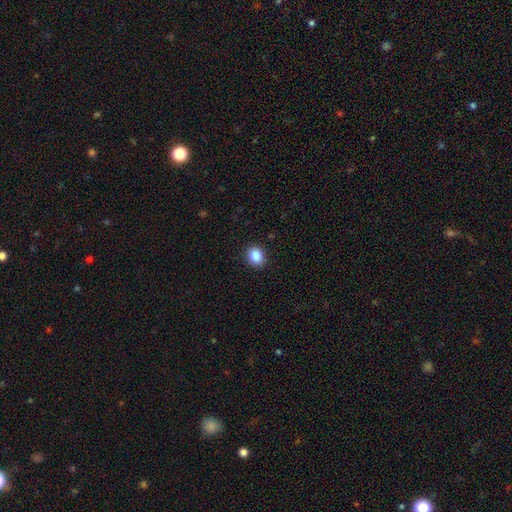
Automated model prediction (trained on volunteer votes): smooth-or-featured: smooth: 88% | star or artifact: 9% | featured or disk: 3%
  how-rounded: round: 58% | in between: 41% | cigar-shaped: 1%
  merging: none: 89% | minor disturbance: 8% | major disturbance: 2% | merger: 1%